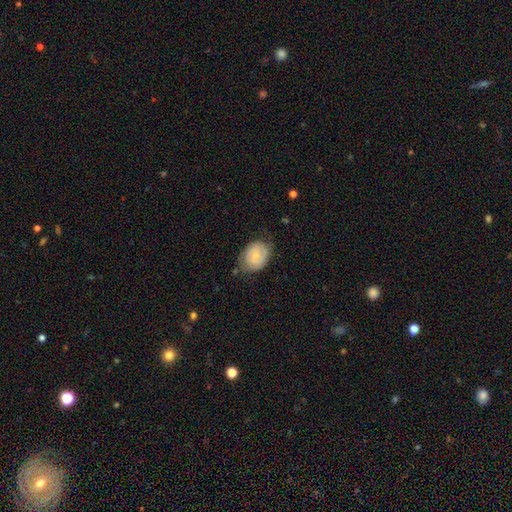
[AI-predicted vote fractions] Smooth or featured: featured or disk — 52% (smooth — 41%)
Edge-on disk: no — 97% (yes — 3%)
Bar: no — 49% (weak — 43%)
Spiral arms: yes — 80% (no — 20%)
Bulge size: small — 61% (moderate — 31%)
Merging: none — 70% (minor disturbance — 22%)